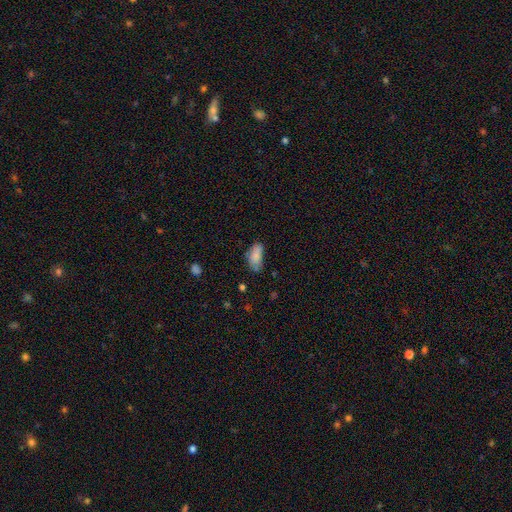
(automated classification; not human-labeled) Smooth or featured: smooth — 82% (featured or disk — 9%)
How rounded: in between — 89% (cigar-shaped — 7%)
Merging: none — 52% (minor disturbance — 33%)